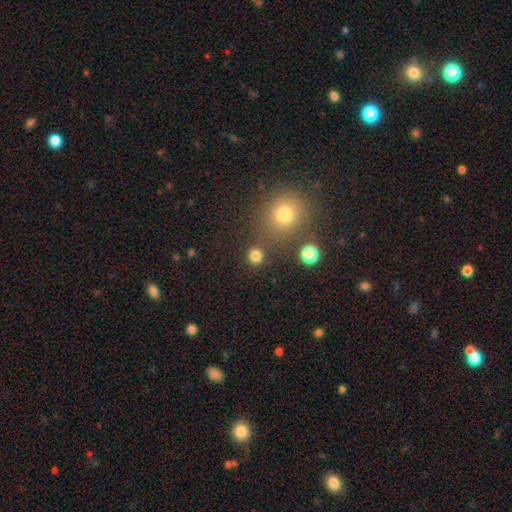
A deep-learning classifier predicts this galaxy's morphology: A smooth galaxy with no disk features (80%) that is round (88%). Merging: none (81%).